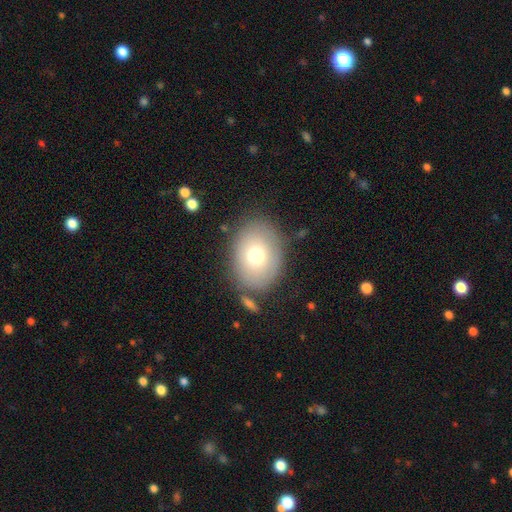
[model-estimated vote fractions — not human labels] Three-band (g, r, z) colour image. It shows a smooth galaxy with no disk features (72%) that is in between round and cigar-shaped (64%). Merging: none (77%).